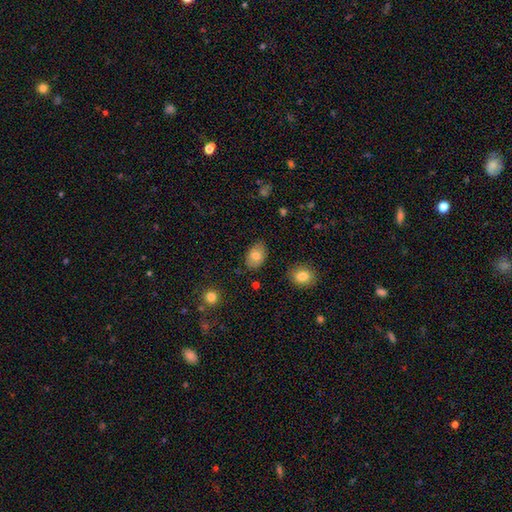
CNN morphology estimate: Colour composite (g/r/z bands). It shows a smooth galaxy with no disk features (79%) that is in between round and cigar-shaped (87%). Merging: none (82%).